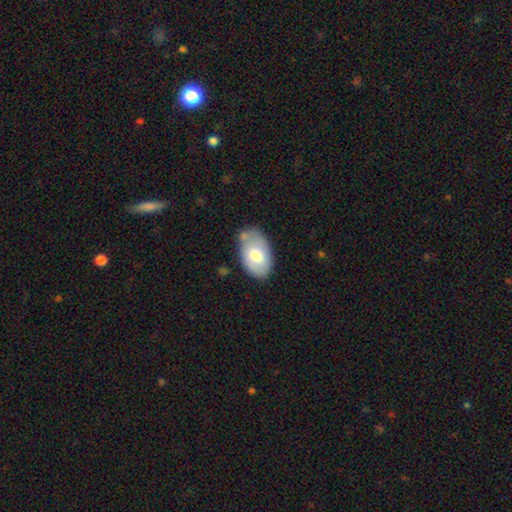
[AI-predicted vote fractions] This appears to be a smooth galaxy with no disk features (70%) that is in between round and cigar-shaped (92%). Merging: none (65%).